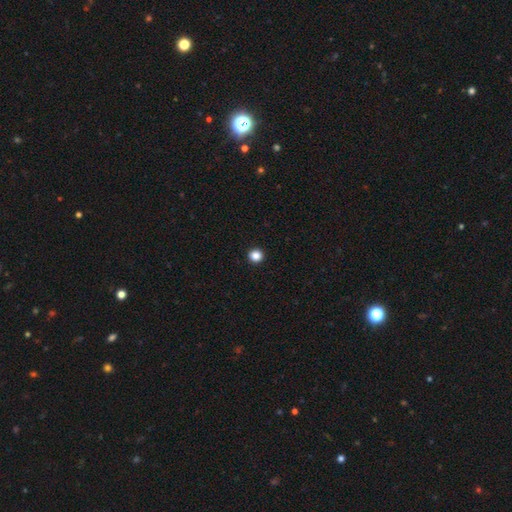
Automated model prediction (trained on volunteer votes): Smooth or featured: smooth — 86% (star or artifact — 11%)
How rounded: round — 94% (in between — 5%)
Merging: none — 94% (minor disturbance — 3%)